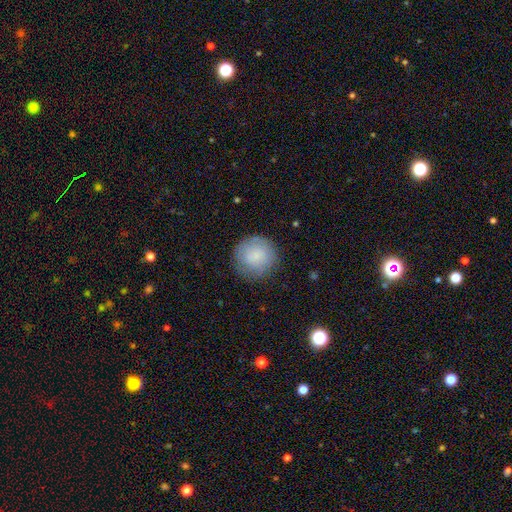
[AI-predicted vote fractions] Q: Smooth or featured?
A: smooth (79%); runner-up: featured or disk (14%)
Q: How rounded?
A: round (94%); runner-up: in between (5%)
Q: Merging?
A: none (82%); runner-up: minor disturbance (13%)